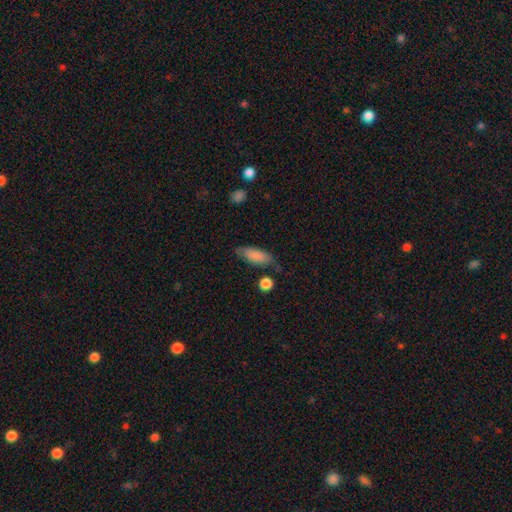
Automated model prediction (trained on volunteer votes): smooth_or_featured: smooth (p=0.82) [alt: featured or disk p=0.12]
how_rounded: in between (p=0.72) [alt: cigar-shaped p=0.25]
merging: none (p=0.71) [alt: minor disturbance p=0.20]